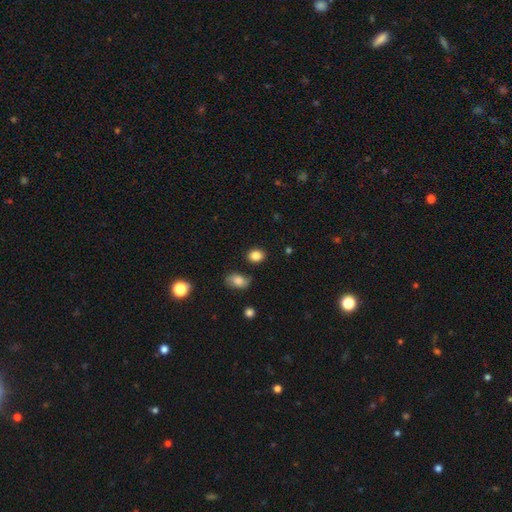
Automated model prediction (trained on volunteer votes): This appears to be a smooth galaxy with no disk features (85%) that is in between round and cigar-shaped (50%). Merging: none (81%).